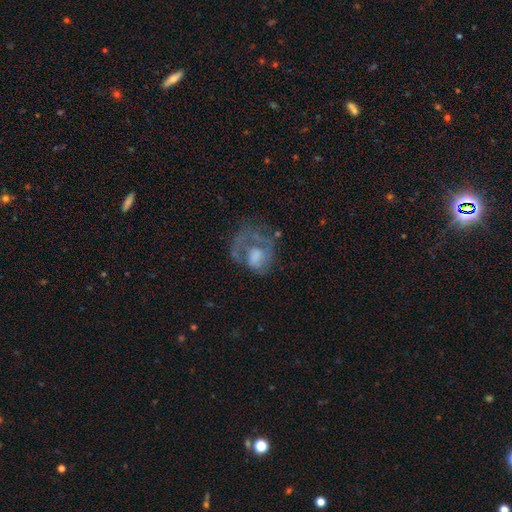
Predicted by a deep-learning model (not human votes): featured or disk 60%, smooth 29%, star or artifact 11%. Down the decision tree: edge-on disk — no (97%); bar — no (79%); spiral arms — no (56%); bulge size — moderate (36%); merging — major disturbance (43%).